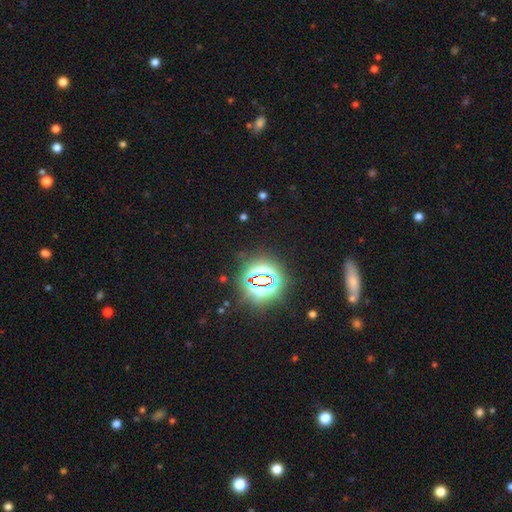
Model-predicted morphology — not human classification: A star or artifact, not a galaxy (79%).